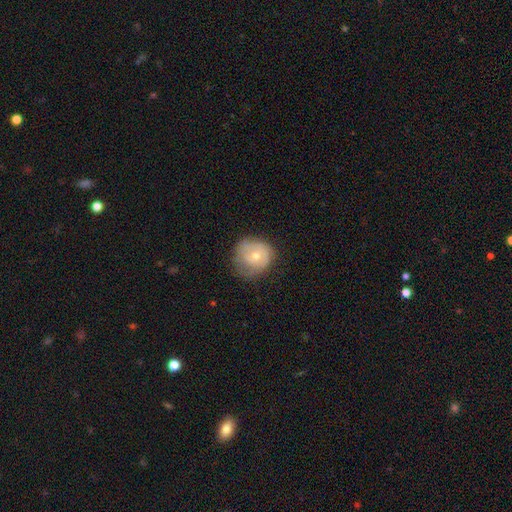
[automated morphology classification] Overall: smooth (56%; featured or disk 37%). How rounded: round (83%). Merging: none (55%; minor disturbance 31%).